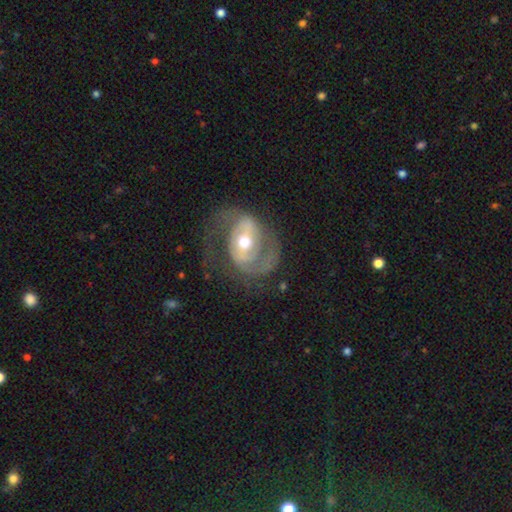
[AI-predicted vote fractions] Smooth or featured? Predicted: featured or disk (p=0.85). Edge-on disk? Predicted: no (p=0.97). Bar? Predicted: weak (p=0.36, tied with strong). Spiral arms? Predicted: yes (p=0.93). Spiral winding? Predicted: medium (p=0.51). Spiral arm count? Predicted: 2 (p=0.87). Bulge size? Predicted: moderate (p=0.61). Merging? Predicted: none (p=0.69).